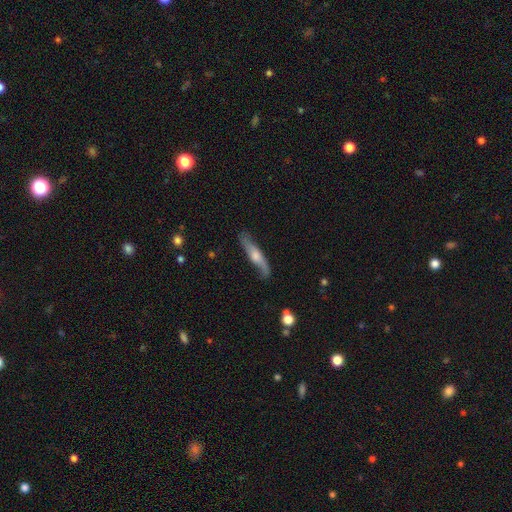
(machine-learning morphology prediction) Smooth or featured?
  - featured or disk: 57% *
  - smooth: 38%
  - star or artifact: 5%
Edge-on disk?
  - yes: 78% *
  - no: 22%
Merging?
  - none: 77% *
  - minor disturbance: 17%
  - major disturbance: 4%
  - merger: 2%